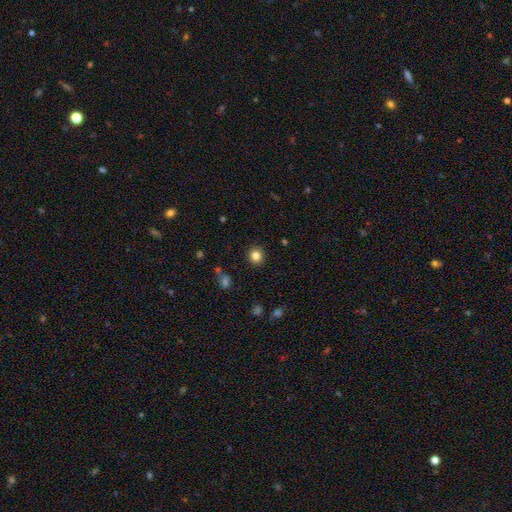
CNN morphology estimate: This is clearly a smooth galaxy (82%). How rounded: clearly round (91%). Merging: clearly none (91%).